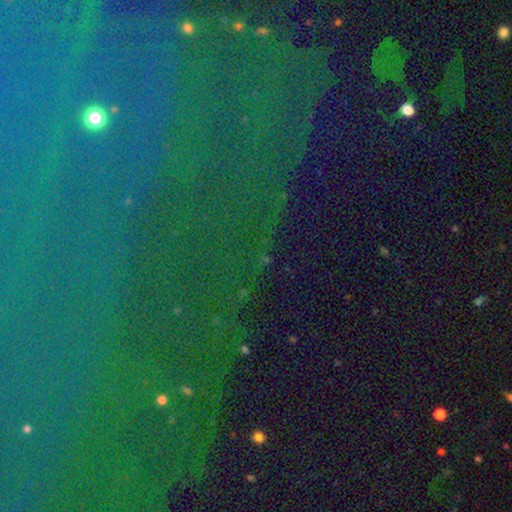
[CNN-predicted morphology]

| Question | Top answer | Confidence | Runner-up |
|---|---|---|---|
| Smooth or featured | star or artifact | 82% | smooth (9%) |